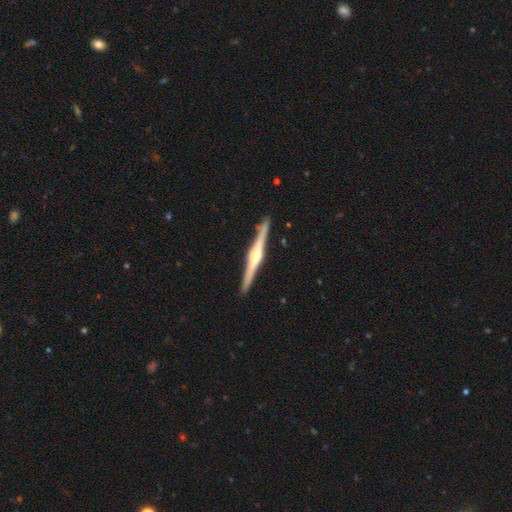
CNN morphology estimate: Q: Smooth or featured?
A: featured or disk (81%); runner-up: smooth (14%)
Q: Edge-on disk?
A: yes (99%); runner-up: no (1%)
Q: Edge-on bulge?
A: rounded (83%); runner-up: boxy (11%)
Q: Merging?
A: none (90%); runner-up: minor disturbance (7%)